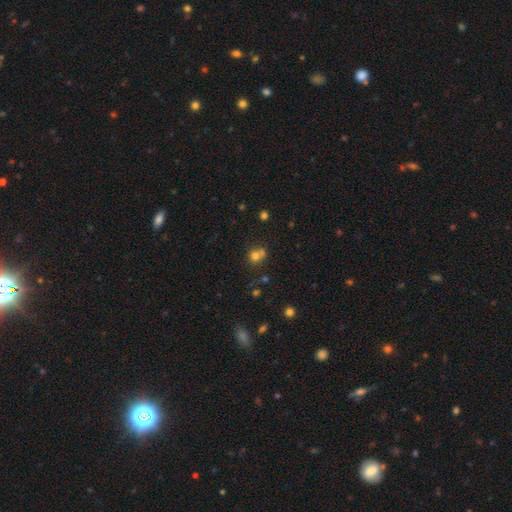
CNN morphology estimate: smooth 71%, star or artifact 18%, featured or disk 11%. Down the decision tree: how rounded — round (85%); merging — none (47%).